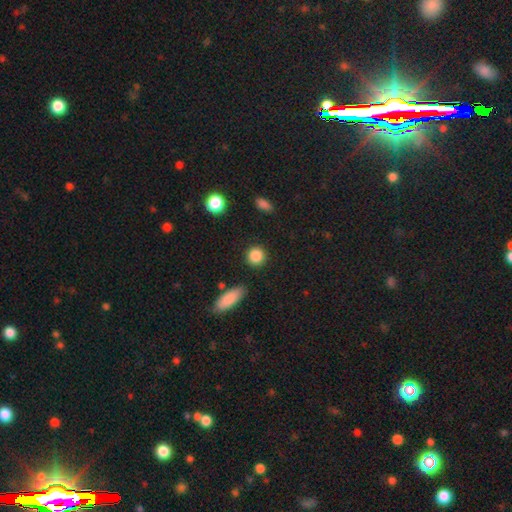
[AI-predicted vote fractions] Smooth or featured? Predicted: smooth (p=0.86). How rounded? Predicted: round (p=0.89). Merging? Predicted: none (p=0.88).